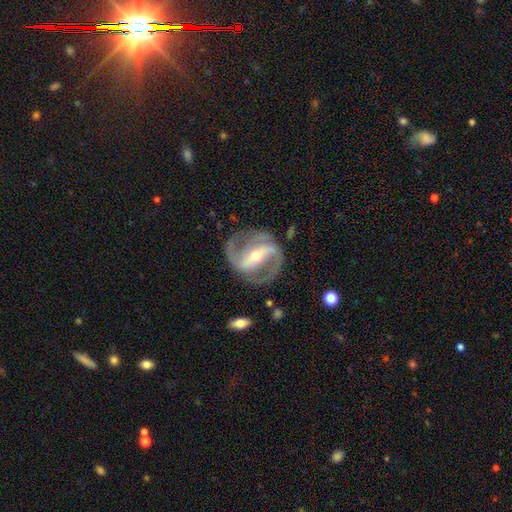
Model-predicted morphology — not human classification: A featured or disk galaxy (90%) with a strong bar (71%), 2 (89%) medium (54%) spiral arms (95%) and a small central bulge (49%). Merging: none (80%).